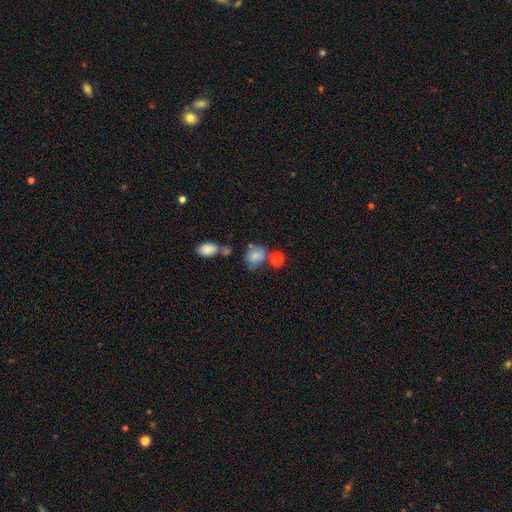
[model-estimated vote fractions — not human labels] A smooth galaxy with no disk features (80%) that is round (60%).

Vote fractions:
- Smooth or featured? smooth: 80% / star or artifact: 11% / featured or disk: 9%
- How rounded? round: 60% / in between: 39% / cigar-shaped: 1%
- Merging? none: 52% / minor disturbance: 20% / merger: 19% / major disturbance: 9%